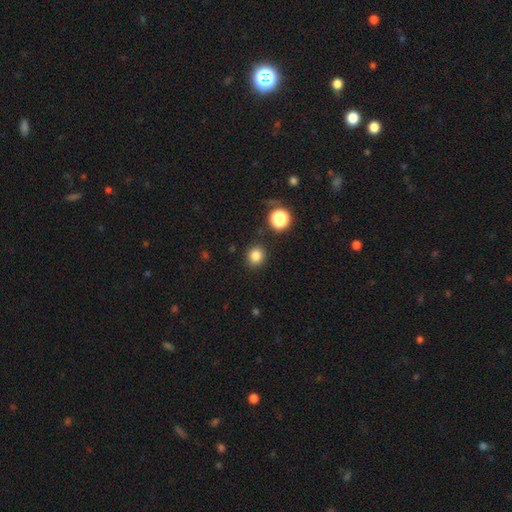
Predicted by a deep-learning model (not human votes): A smooth galaxy with no disk features (83%) that is round (87%).

Vote fractions:
- Smooth or featured? smooth: 83% / star or artifact: 13% / featured or disk: 4%
- How rounded? round: 87% / in between: 12% / cigar-shaped: 1%
- Merging? none: 88% / minor disturbance: 7% / major disturbance: 3% / merger: 2%